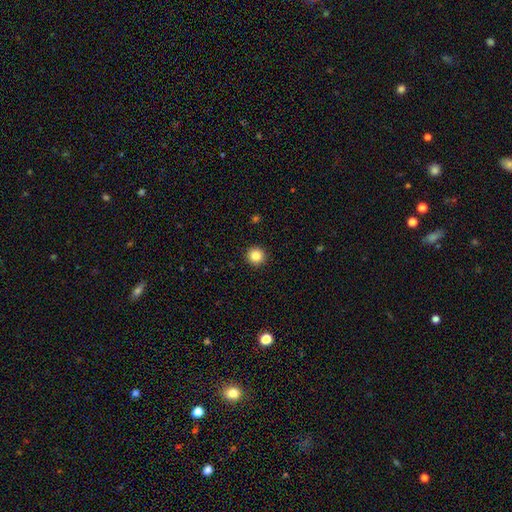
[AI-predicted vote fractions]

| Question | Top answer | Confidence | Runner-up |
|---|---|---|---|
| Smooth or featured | smooth | 85% | star or artifact (11%) |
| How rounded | round | 95% | in between (4%) |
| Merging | none | 93% | minor disturbance (5%) |